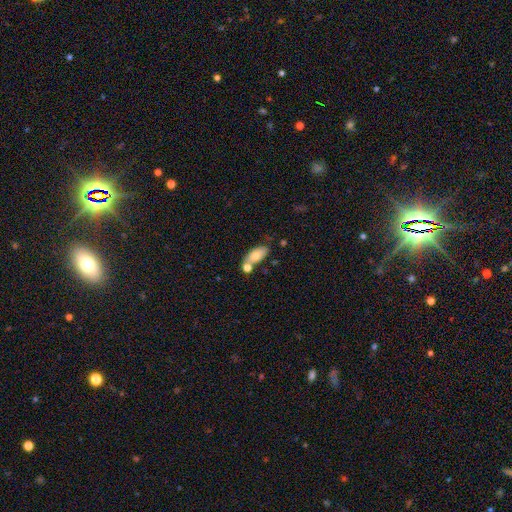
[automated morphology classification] smooth-or-featured: smooth: 76% | featured or disk: 17% | star or artifact: 7%
  how-rounded: in between: 86% | cigar-shaped: 10% | round: 4%
  merging: none: 49% | merger: 30% | minor disturbance: 16% | major disturbance: 5%